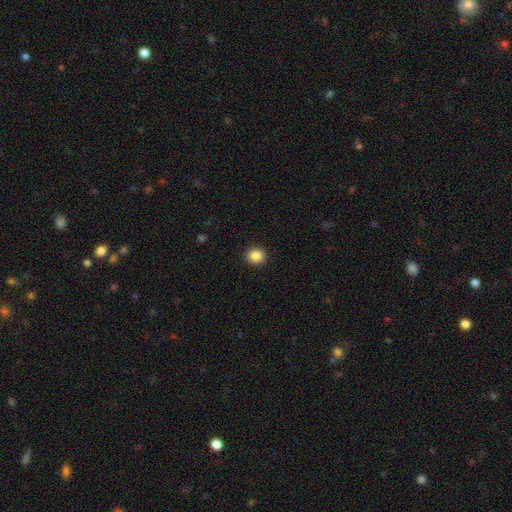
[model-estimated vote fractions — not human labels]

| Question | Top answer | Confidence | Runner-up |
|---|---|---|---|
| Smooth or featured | smooth | 87% | star or artifact (9%) |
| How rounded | round | 83% | in between (16%) |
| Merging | none | 92% | minor disturbance (5%) |